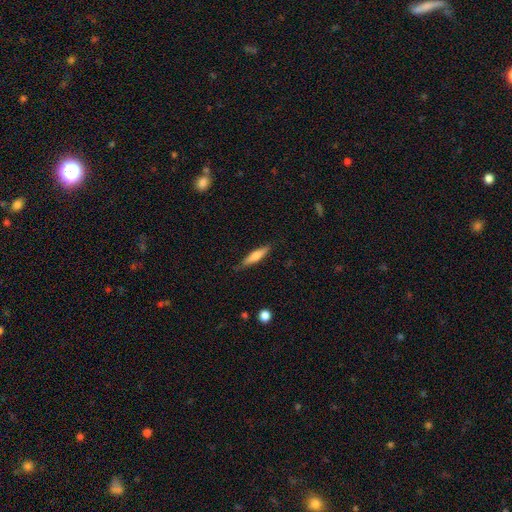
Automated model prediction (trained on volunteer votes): smooth-or-featured: smooth: 64% | featured or disk: 30% | star or artifact: 6%
  how-rounded: cigar-shaped: 81% | in between: 17% | round: 2%
  merging: none: 83% | minor disturbance: 13% | major disturbance: 2% | merger: 1%